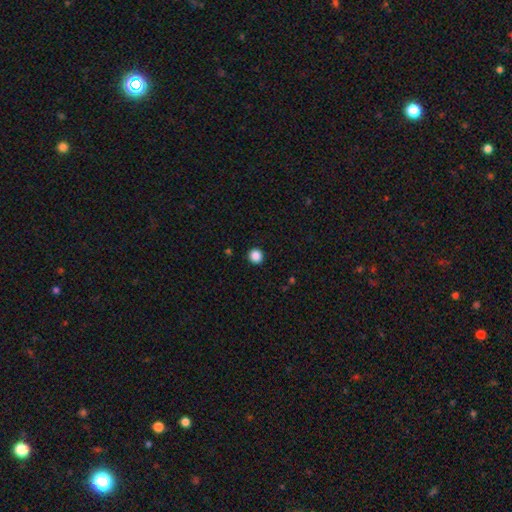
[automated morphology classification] smooth-or-featured: smooth: 87% | star or artifact: 10% | featured or disk: 2%
  how-rounded: round: 94% | in between: 5% | cigar-shaped: 1%
  merging: none: 93% | minor disturbance: 5% | major disturbance: 2% | merger: 1%